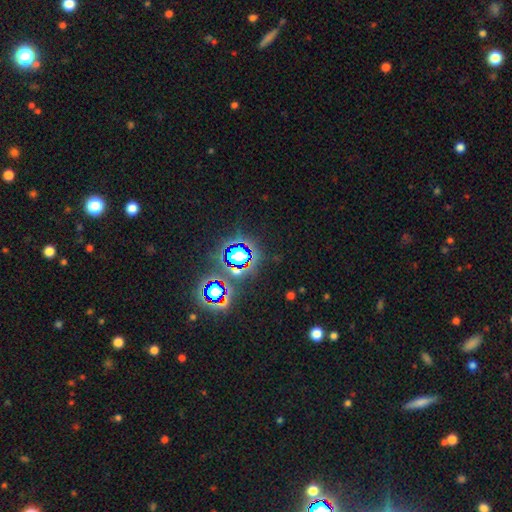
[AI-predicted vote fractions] Smooth or featured?
  - star or artifact: 78% *
  - smooth: 13%
  - featured or disk: 8%